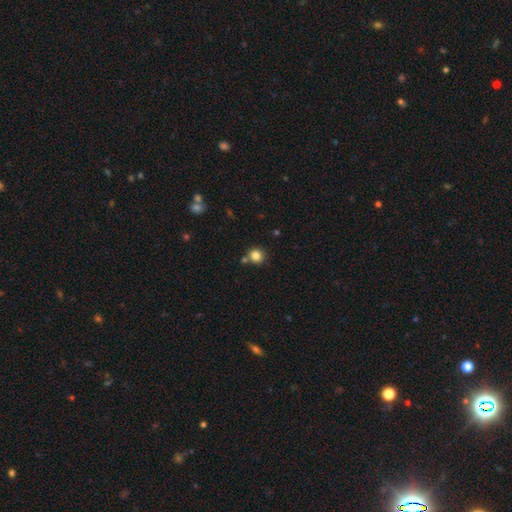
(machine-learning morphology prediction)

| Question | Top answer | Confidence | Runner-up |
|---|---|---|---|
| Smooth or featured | smooth | 83% | star or artifact (12%) |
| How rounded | round | 91% | in between (8%) |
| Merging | none | 75% | merger (13%) |